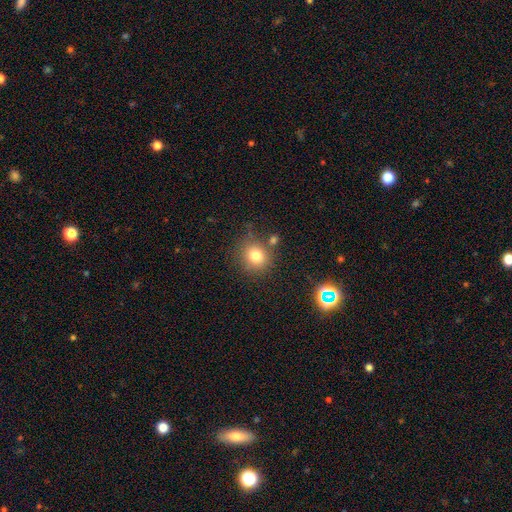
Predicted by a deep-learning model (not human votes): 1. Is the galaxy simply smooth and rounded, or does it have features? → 78% smooth, 13% star or artifact, 9% featured or disk.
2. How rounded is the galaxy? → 84% round, 15% in between, 1% cigar-shaped.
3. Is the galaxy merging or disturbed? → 75% none, 12% minor disturbance, 8% merger, 4% major disturbance.